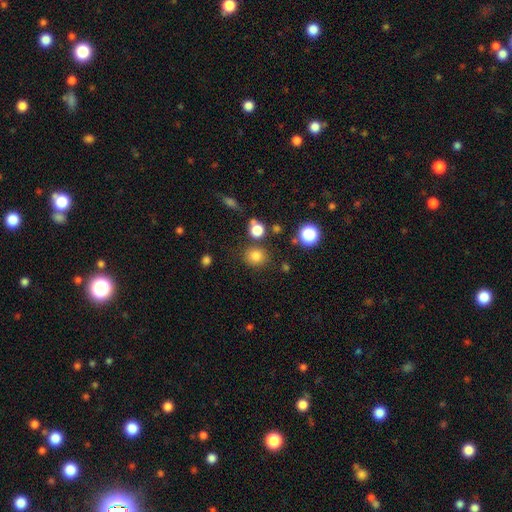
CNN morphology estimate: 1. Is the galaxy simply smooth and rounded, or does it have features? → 80% smooth, 15% star or artifact, 5% featured or disk.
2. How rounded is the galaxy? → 78% round, 21% in between, 1% cigar-shaped.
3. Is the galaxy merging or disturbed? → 80% none, 10% minor disturbance, 6% merger, 4% major disturbance.